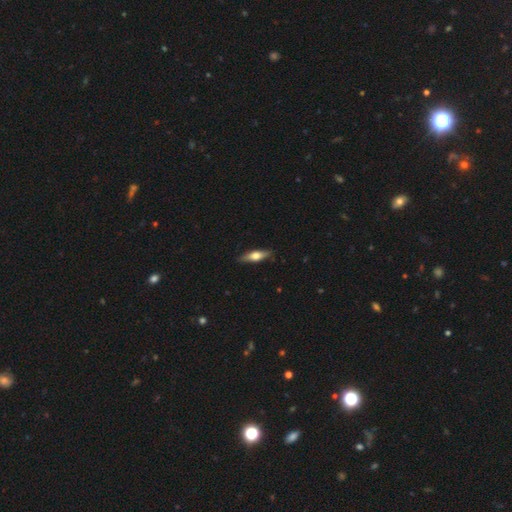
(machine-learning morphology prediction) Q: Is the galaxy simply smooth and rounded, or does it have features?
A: featured or disk — 48%.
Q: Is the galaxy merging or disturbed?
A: none — 87%.